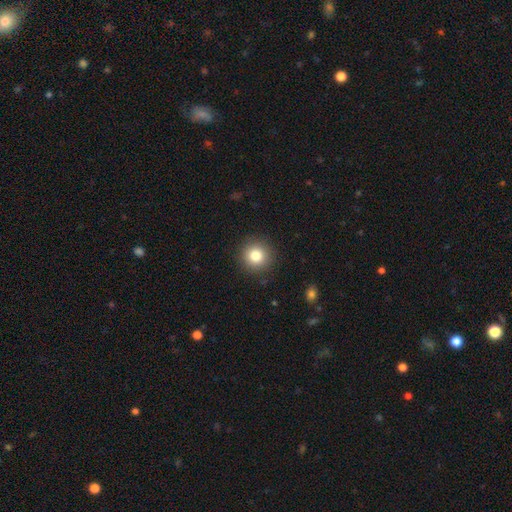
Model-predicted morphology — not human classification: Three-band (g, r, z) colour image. It shows a smooth galaxy with no disk features (81%) that is round (94%). Merging: none (91%).